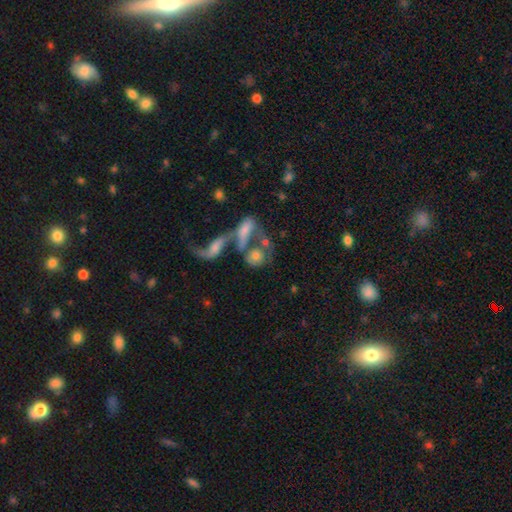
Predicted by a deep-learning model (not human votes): A smooth galaxy with no disk features (53%) that is round (47%). Merging: merger (58%).